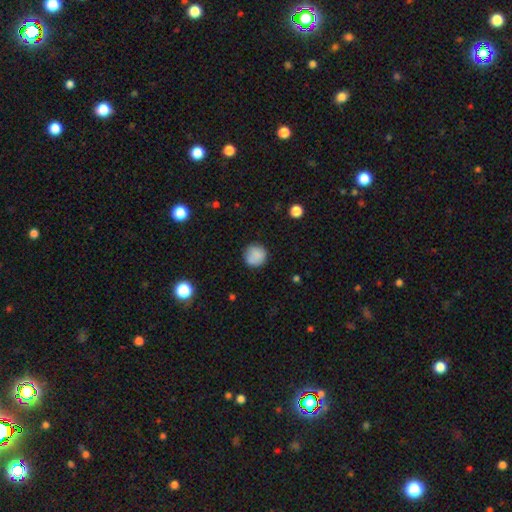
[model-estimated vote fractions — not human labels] Smooth or featured?
  - smooth: 83% *
  - star or artifact: 9%
  - featured or disk: 8%
How rounded?
  - round: 93% *
  - in between: 6%
  - cigar-shaped: 1%
Merging?
  - none: 79% *
  - minor disturbance: 14%
  - major disturbance: 4%
  - merger: 3%